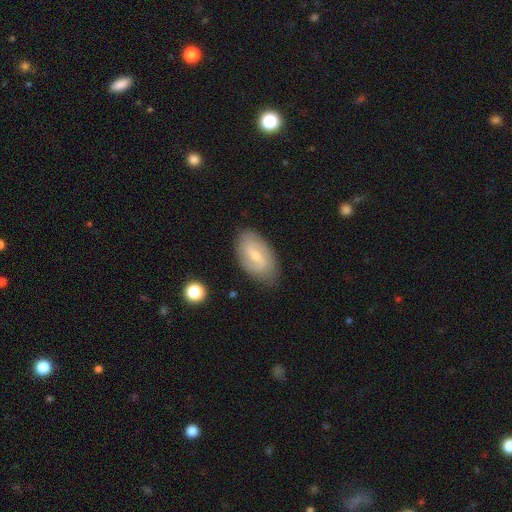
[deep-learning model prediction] Smooth or featured? Predicted: featured or disk (p=0.64). Edge-on disk? Predicted: no (p=0.95). Bar? Predicted: weak (p=0.61). Spiral arms? Predicted: yes (p=0.87). Spiral winding? Predicted: medium (p=0.43). Spiral arm count? Predicted: 2 (p=0.82). Bulge size? Predicted: small (p=0.61). Merging? Predicted: none (p=0.81).